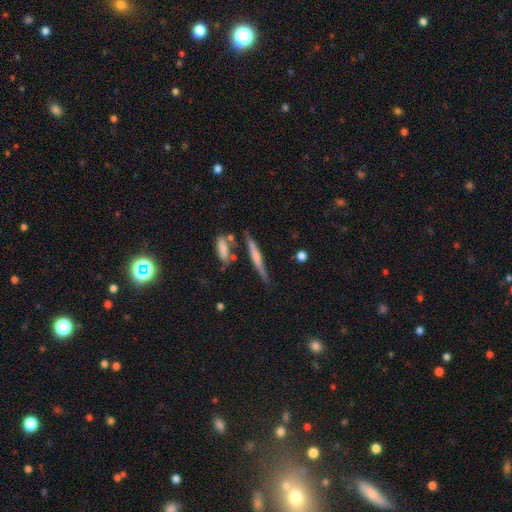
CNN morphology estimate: Smooth or featured: featured or disk — 53% (smooth — 40%)
Edge-on disk: yes — 95% (no — 5%)
Edge-on bulge: none — 41% (rounded — 40%)
Merging: none — 70% (minor disturbance — 16%)